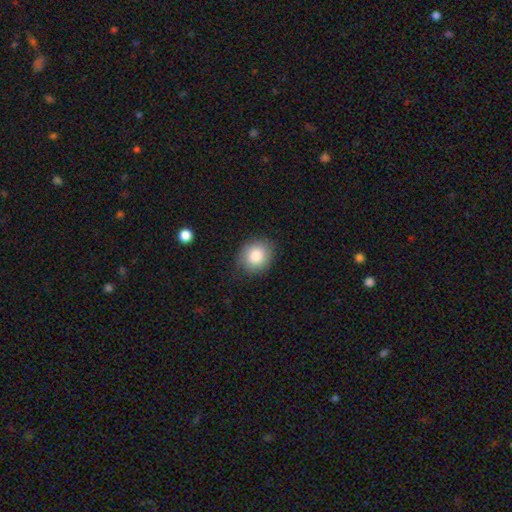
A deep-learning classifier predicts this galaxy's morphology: Smooth or featured? Predicted: smooth (p=0.84). How rounded? Predicted: round (p=0.72). Merging? Predicted: none (p=0.81).